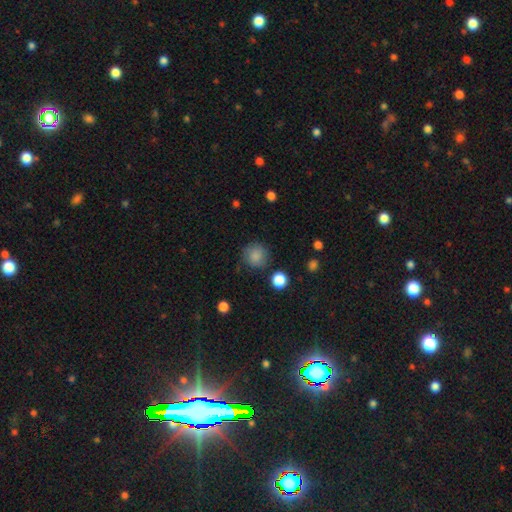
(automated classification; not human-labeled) Smooth or featured? smooth (85%)
How rounded? round (91%)
Merging? none (80%)